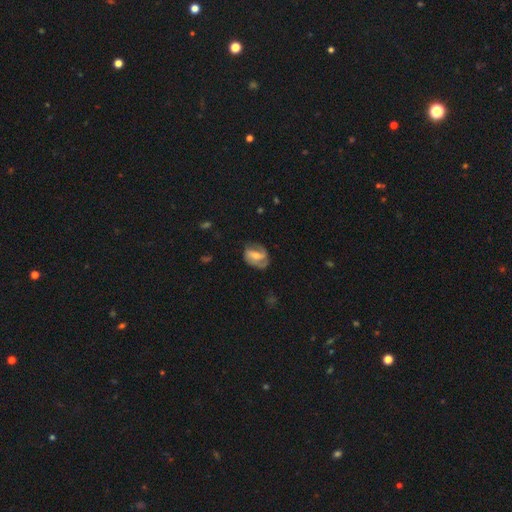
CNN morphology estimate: This is likely a featured or disk galaxy (62%). It is clearly not viewed edge-on (95%). Bar: marginally weak (40%). Spiral arm pattern: likely yes (77%). Central bulge: possibly moderate (52%). Merging: possibly none (58%).